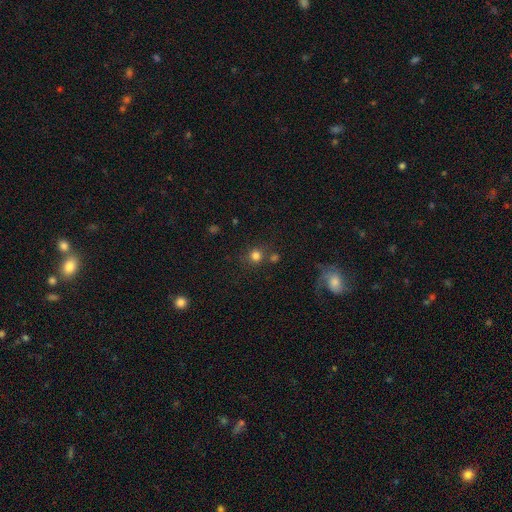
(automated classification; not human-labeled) Smooth or featured? Predicted: smooth (p=0.78). How rounded? Predicted: round (p=0.90). Merging? Predicted: none (p=0.73).